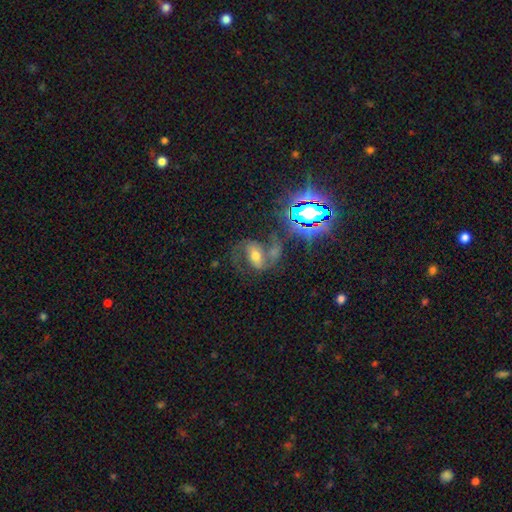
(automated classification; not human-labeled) Overall: featured or disk (67%). Edge-on disk: no (96%). Bar: strong (41%; weak 33%). Spiral arms: yes (90%). Spiral arm count: 2 (88%). Spiral winding: medium (50%; loose 36%). Bulge size: moderate (66%). Merging: none (51%; merger 19%).